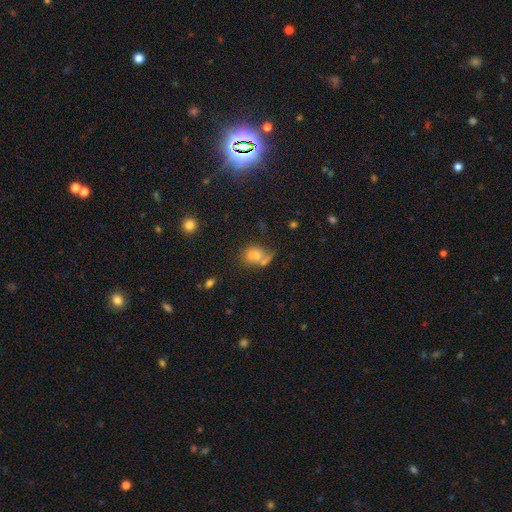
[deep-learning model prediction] This appears to be a smooth galaxy with no disk features (64%) that is round (50%). Merging: merger (38%).